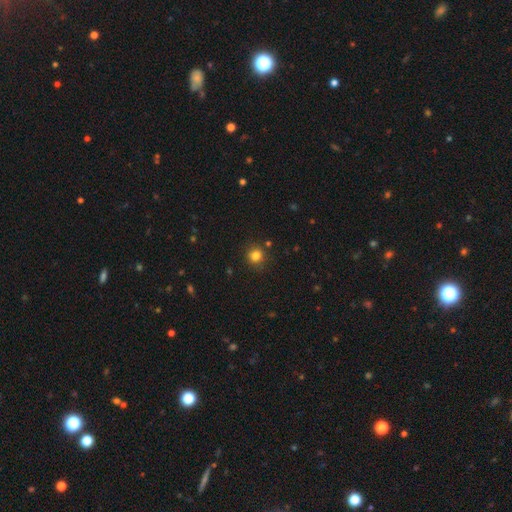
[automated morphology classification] This appears to be a smooth galaxy with no disk features (81%) that is round (87%). Merging: none (86%).